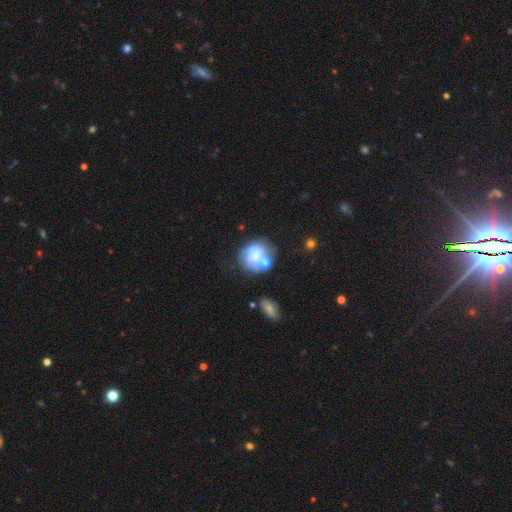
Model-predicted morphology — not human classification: A smooth galaxy with no disk features (56%) that is round (71%). Merging: none (36%).